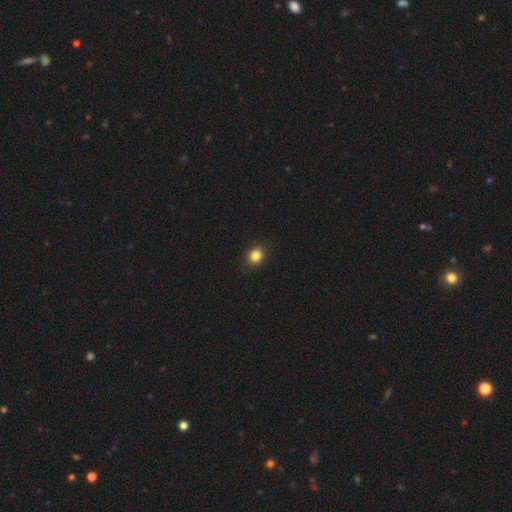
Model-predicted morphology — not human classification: Smooth or featured? Predicted: smooth (p=0.85). How rounded? Predicted: round (p=0.68). Merging? Predicted: none (p=0.89).